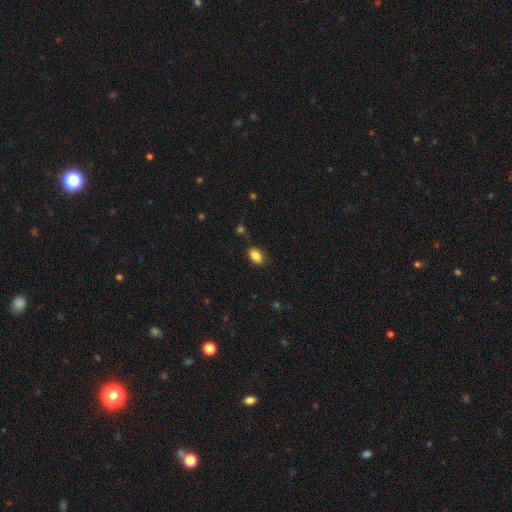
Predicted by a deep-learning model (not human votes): Smooth or featured? Predicted: smooth (p=0.84). How rounded? Predicted: in between (p=0.87). Merging? Predicted: none (p=0.77).